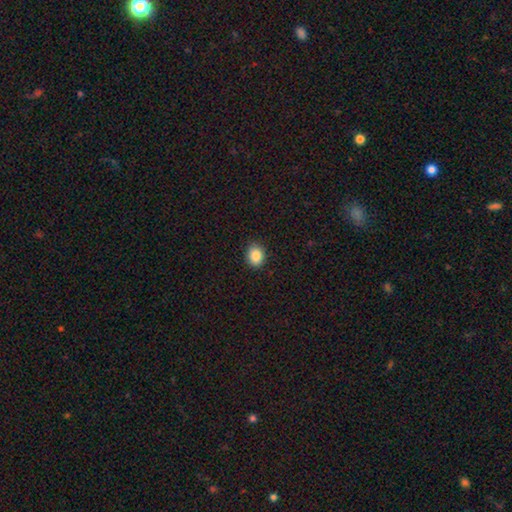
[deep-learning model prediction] smooth_or_featured: smooth (p=0.87) [alt: star or artifact p=0.09]
how_rounded: in between (p=0.55) [alt: round p=0.44]
merging: none (p=0.89) [alt: minor disturbance p=0.08]